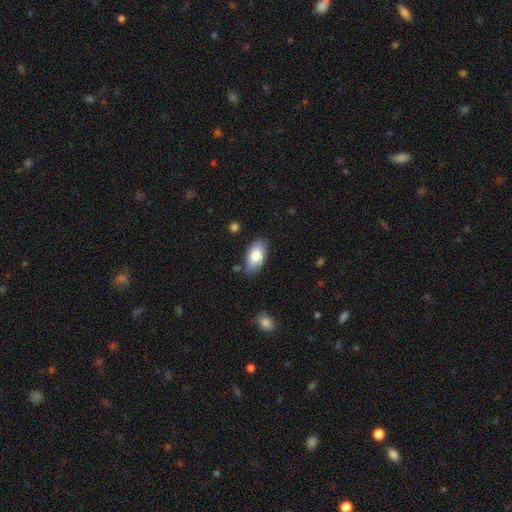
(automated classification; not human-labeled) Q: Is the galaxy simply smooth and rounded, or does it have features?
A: smooth — 82%.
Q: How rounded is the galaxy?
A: in between — 94%.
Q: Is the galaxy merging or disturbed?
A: none — 81%.